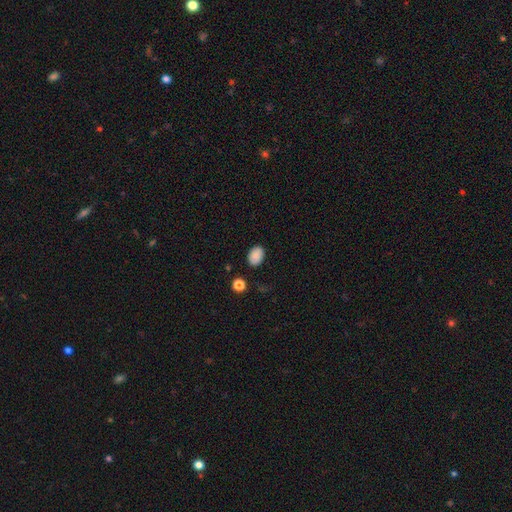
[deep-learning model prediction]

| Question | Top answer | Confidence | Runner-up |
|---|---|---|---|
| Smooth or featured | smooth | 88% | star or artifact (8%) |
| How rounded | in between | 80% | round (19%) |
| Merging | none | 85% | minor disturbance (10%) |